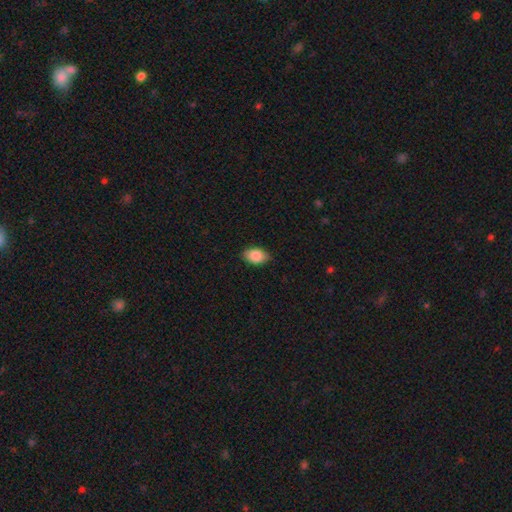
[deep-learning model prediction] smooth 87%, star or artifact 7%, featured or disk 6%. Down the decision tree: how rounded — in between (91%); merging — none (86%).